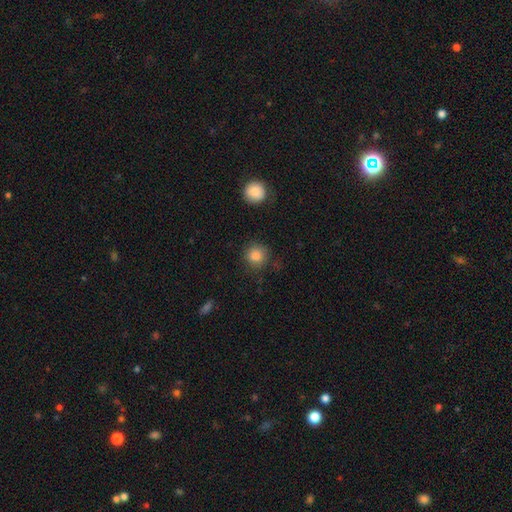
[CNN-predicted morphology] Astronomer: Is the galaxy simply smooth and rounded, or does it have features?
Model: smooth — 85%.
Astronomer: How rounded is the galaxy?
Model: round — 92%.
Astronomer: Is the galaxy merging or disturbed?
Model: none — 85%.